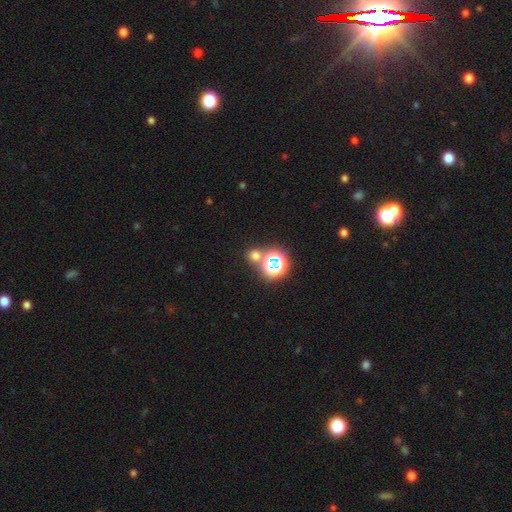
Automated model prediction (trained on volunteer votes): Smooth or featured: smooth — 54% (star or artifact — 39%)
How rounded: round — 85% (in between — 14%)
Merging: none — 69% (merger — 20%)